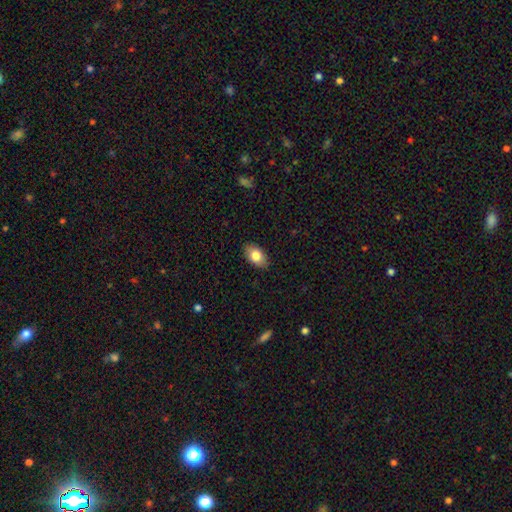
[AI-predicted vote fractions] Smooth or featured? smooth (80%)
How rounded? in between (90%)
Merging? none (88%)